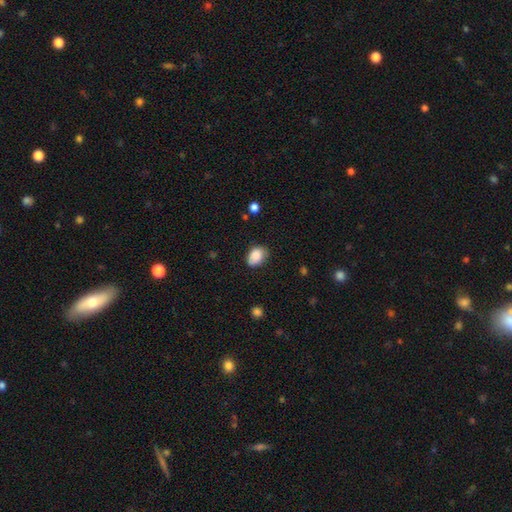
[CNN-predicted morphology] A smooth galaxy with no disk features (86%) that is in between round and cigar-shaped (76%). Merging: none (67%).